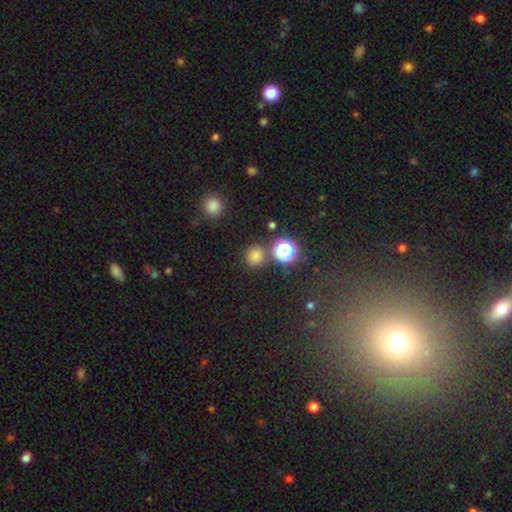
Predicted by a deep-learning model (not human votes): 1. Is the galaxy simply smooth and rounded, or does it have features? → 72% smooth, 23% star or artifact, 5% featured or disk.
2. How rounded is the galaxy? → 90% round, 9% in between, 1% cigar-shaped.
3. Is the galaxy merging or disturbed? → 81% none, 9% minor disturbance, 7% merger, 3% major disturbance.